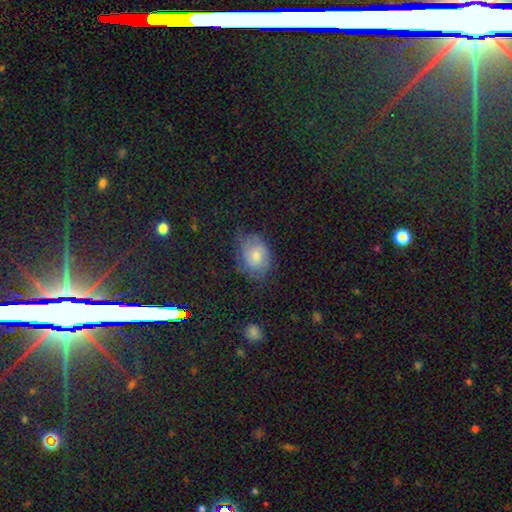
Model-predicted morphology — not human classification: smooth-or-featured: smooth: 45% | featured or disk: 37% | star or artifact: 18%
  merging: none: 61% | minor disturbance: 26% | major disturbance: 11% | merger: 2%